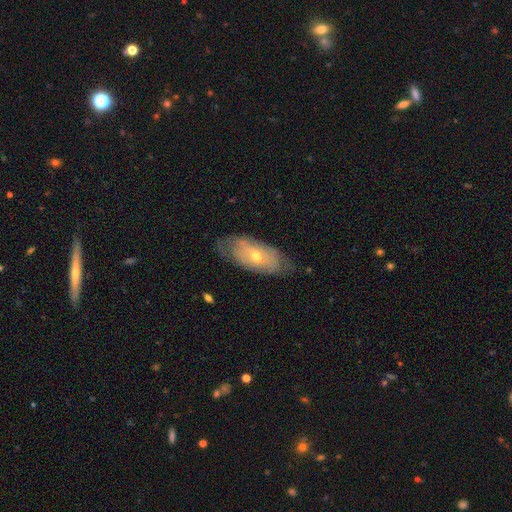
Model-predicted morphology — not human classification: The model was most divided on "smooth or featured": featured or disk: 53%, smooth: 40%, star or artifact: 7%. More confident: edge-on disk — no (85%); merging — none (65%).